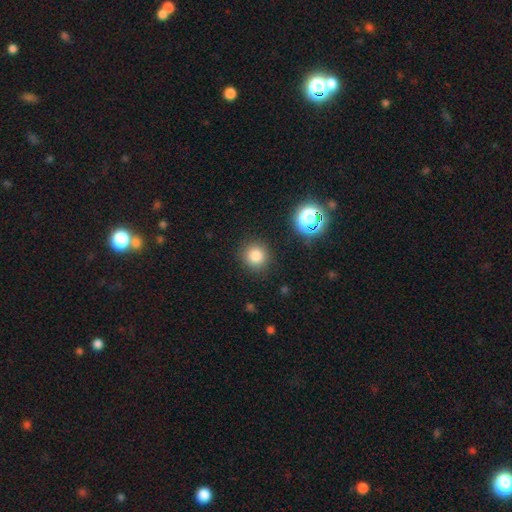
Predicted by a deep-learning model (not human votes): Morphology: type=smooth (81%); roundness=round (92%); merging=none (89%).